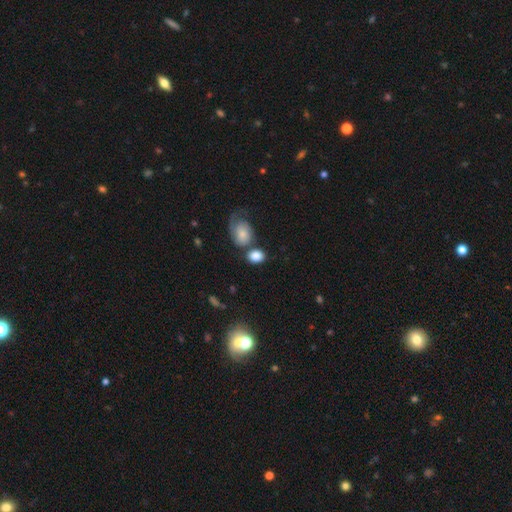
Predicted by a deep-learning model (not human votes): A smooth galaxy with no disk features (82%) that is in between round and cigar-shaped (68%). Merging: none (49%).